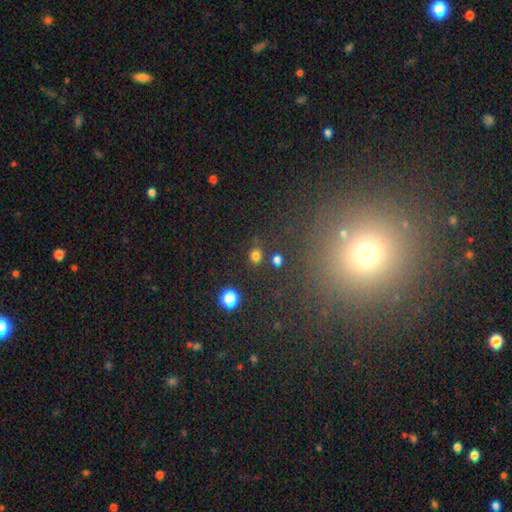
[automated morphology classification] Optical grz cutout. It shows a smooth galaxy with no disk features (78%) that is round (72%). Merging: none (80%).